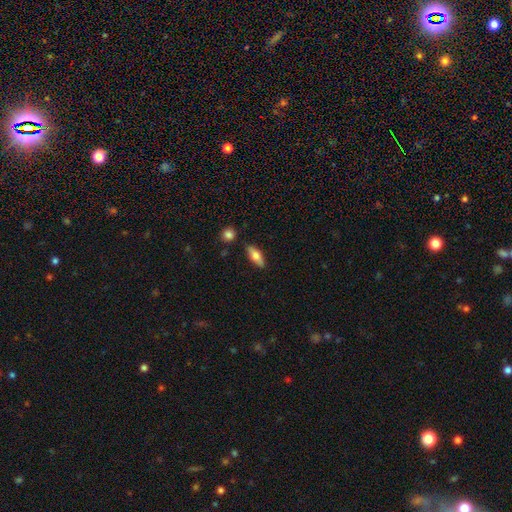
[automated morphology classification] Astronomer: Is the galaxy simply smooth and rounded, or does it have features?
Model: smooth — 64%.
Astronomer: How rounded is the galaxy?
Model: in between — 67%.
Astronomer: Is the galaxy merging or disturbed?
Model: none — 85%.